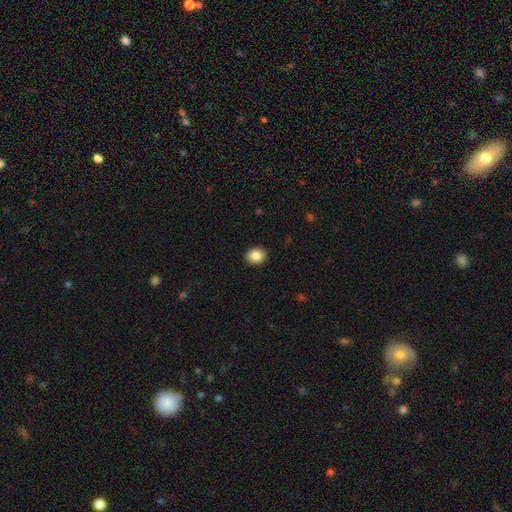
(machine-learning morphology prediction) The model was most divided on "how rounded": round: 50%, in between: 49%, cigar-shaped: 1%. More confident: merging — none (91%); smooth or featured — smooth (87%).